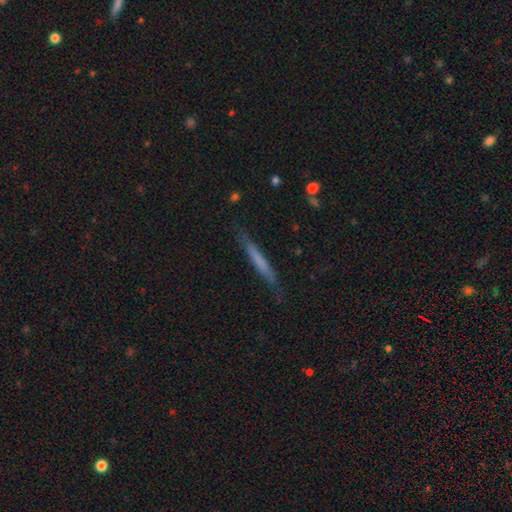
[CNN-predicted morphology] A smooth galaxy with no disk features (52%) that is cigar-shaped (96%).

Vote fractions:
- Smooth or featured? smooth: 52% / featured or disk: 41% / star or artifact: 7%
- How rounded? cigar-shaped: 96% / in between: 3% / round: 2%
- Merging? none: 83% / minor disturbance: 13% / major disturbance: 3% / merger: 2%